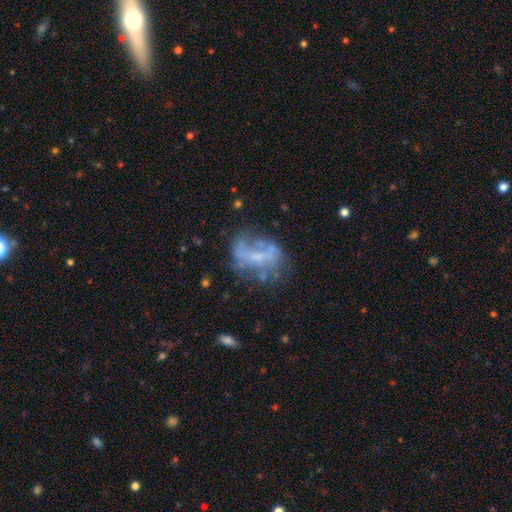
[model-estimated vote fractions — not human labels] featured or disk 66%, smooth 22%, star or artifact 12%. Down the decision tree: edge-on disk — no (96%); bar — no (48%); spiral arms — no (59%); bulge size — small (49%); merging — none (45%).